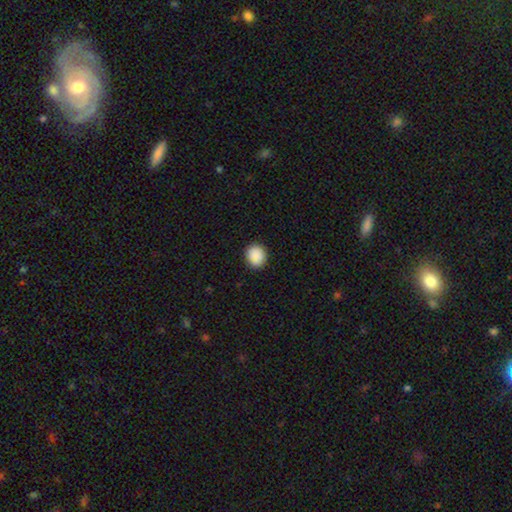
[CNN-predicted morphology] Smooth or featured? Predicted: smooth (p=0.90). How rounded? Predicted: round (p=0.73). Merging? Predicted: none (p=0.89).